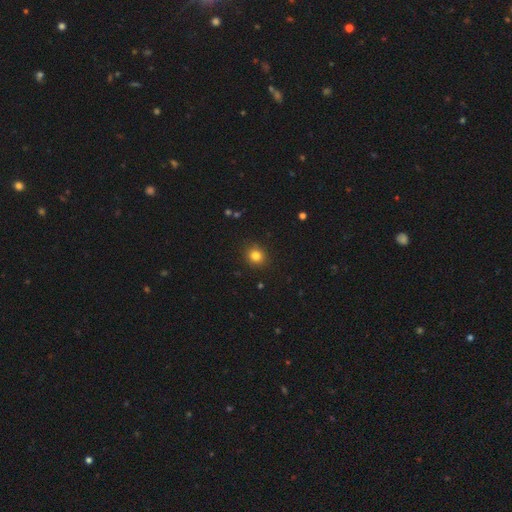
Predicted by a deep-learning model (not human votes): smooth-or-featured: smooth: 82% | star or artifact: 13% | featured or disk: 6%
  how-rounded: round: 82% | in between: 17% | cigar-shaped: 1%
  merging: none: 90% | minor disturbance: 7% | major disturbance: 2% | merger: 1%